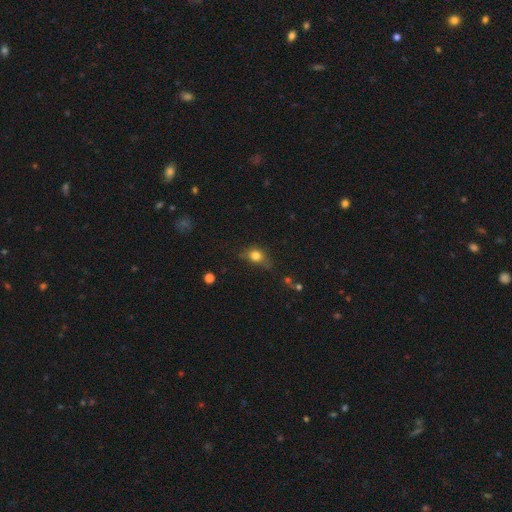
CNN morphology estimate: smooth_or_featured: smooth (p=0.74) [alt: featured or disk p=0.14]
how_rounded: round (p=0.50) [alt: in between p=0.45]
merging: none (p=0.53) [alt: minor disturbance p=0.30]